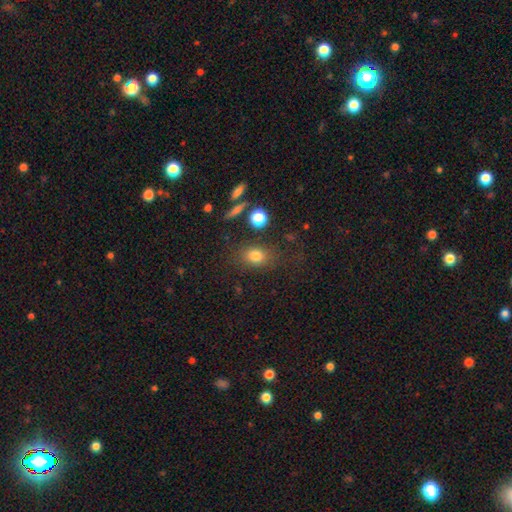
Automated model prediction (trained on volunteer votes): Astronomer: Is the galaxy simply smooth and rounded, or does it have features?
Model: smooth — 77%.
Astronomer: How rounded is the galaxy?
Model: in between — 58% (runner-up: round, 40%).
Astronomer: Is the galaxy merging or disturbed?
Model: none — 74%.